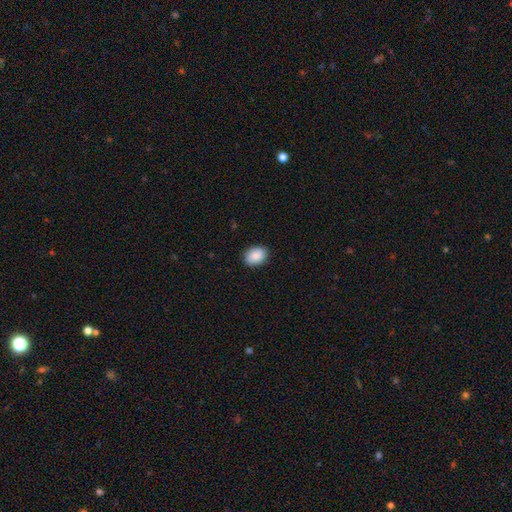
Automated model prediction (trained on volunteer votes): smooth 89%, star or artifact 7%, featured or disk 5%. Down the decision tree: how rounded — in between (73%); merging — none (88%).